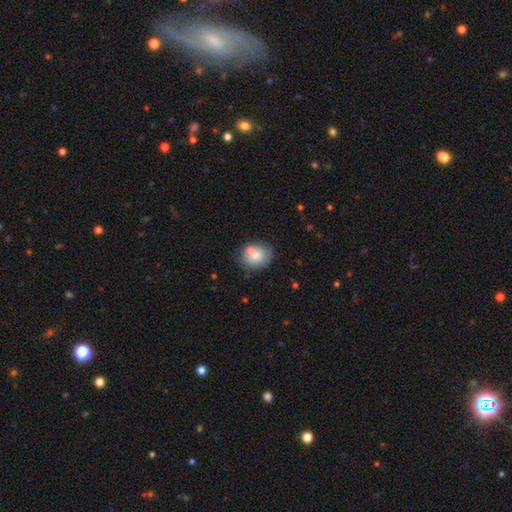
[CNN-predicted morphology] smooth-or-featured: smooth: 76% | featured or disk: 16% | star or artifact: 8%
  how-rounded: round: 57% | in between: 42% | cigar-shaped: 1%
  merging: none: 61% | merger: 18% | minor disturbance: 16% | major disturbance: 4%